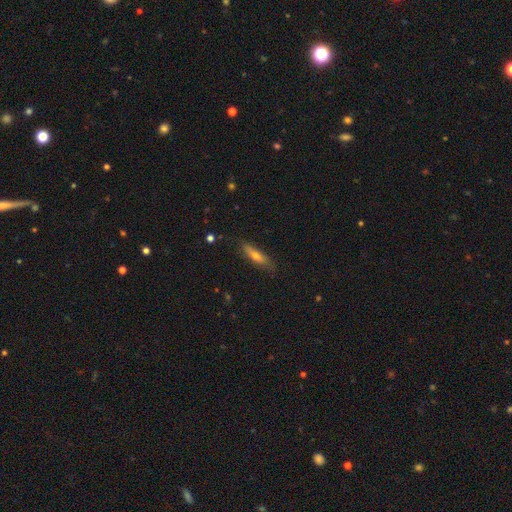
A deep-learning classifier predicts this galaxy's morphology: The model was most divided on "smooth or featured": smooth: 55%, featured or disk: 38%, star or artifact: 7%. More confident: merging — none (81%); how rounded — cigar-shaped (74%).